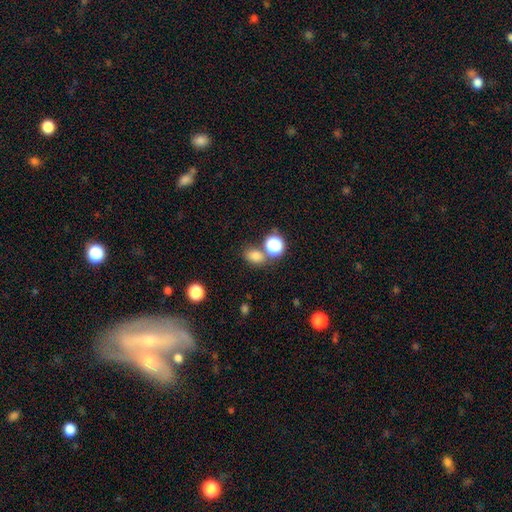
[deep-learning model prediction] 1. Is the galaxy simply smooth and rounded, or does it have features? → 77% smooth, 17% star or artifact, 6% featured or disk.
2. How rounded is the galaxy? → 61% in between, 38% round, 1% cigar-shaped.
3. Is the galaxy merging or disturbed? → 66% none, 19% merger, 11% minor disturbance, 4% major disturbance.